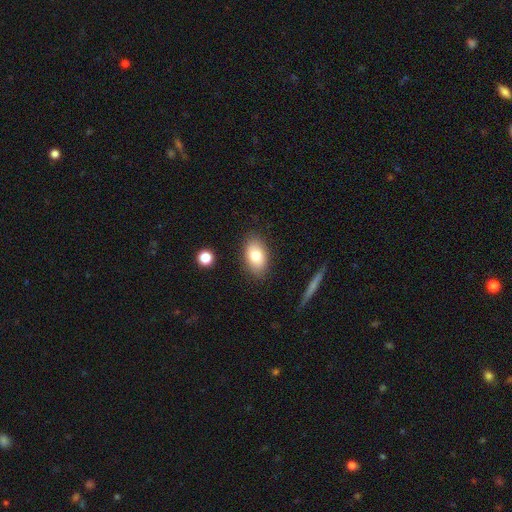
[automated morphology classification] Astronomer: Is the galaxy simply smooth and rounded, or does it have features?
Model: smooth — 78%.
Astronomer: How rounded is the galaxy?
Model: in between — 90%.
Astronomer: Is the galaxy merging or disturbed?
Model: none — 84%.